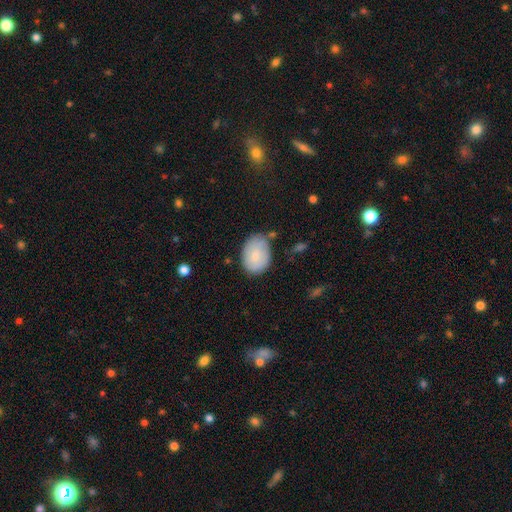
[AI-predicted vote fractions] smooth 78%, featured or disk 16%, star or artifact 6%. Down the decision tree: how rounded — in between (80%); merging — none (68%).